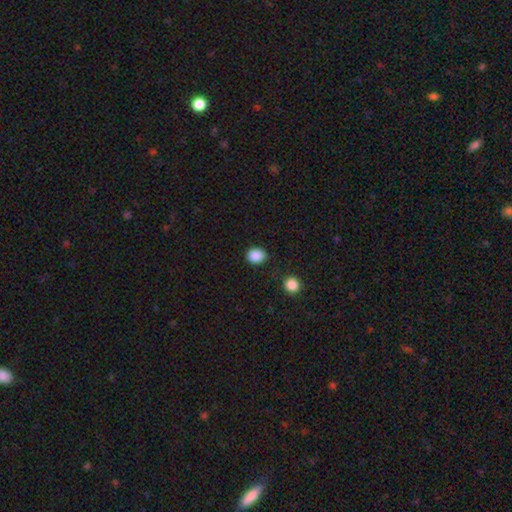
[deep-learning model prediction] smooth_or_featured: smooth (p=0.88) [alt: star or artifact p=0.10]
how_rounded: round (p=0.62) [alt: in between p=0.37]
merging: none (p=0.83) [alt: minor disturbance p=0.11]